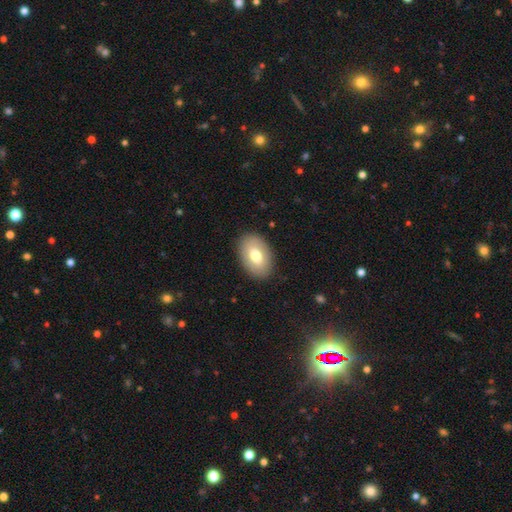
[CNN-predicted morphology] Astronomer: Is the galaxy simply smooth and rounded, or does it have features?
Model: smooth — 71%.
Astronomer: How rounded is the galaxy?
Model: in between — 88%.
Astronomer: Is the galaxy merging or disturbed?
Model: none — 87%.